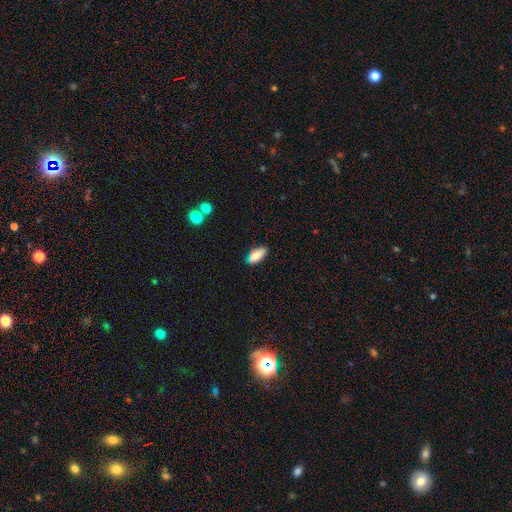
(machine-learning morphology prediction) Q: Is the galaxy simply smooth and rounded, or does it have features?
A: smooth — 86%.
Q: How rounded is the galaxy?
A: in between — 88%.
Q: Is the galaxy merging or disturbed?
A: none — 74%.